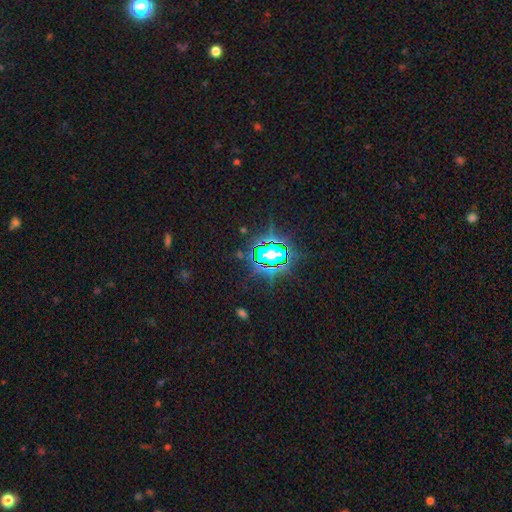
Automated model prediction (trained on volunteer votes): Smooth or featured? Predicted: star or artifact (p=0.83).